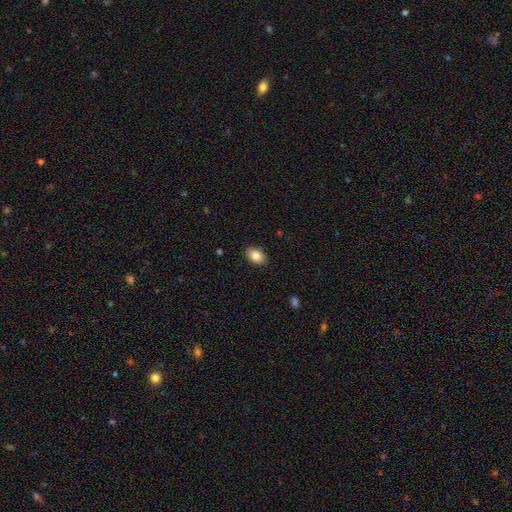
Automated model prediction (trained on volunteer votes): Smooth or featured: smooth — 84% (featured or disk — 8%)
How rounded: in between — 86% (round — 13%)
Merging: none — 88% (minor disturbance — 9%)